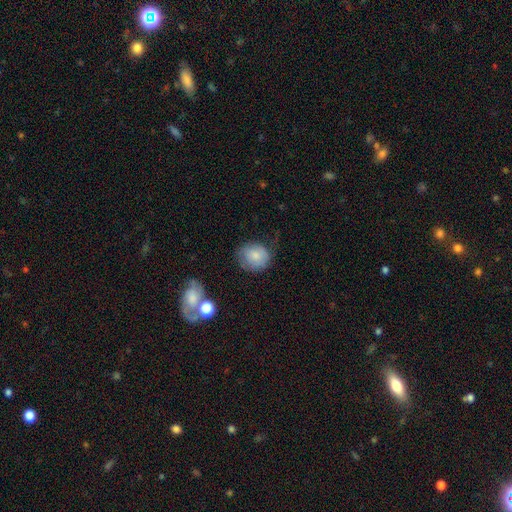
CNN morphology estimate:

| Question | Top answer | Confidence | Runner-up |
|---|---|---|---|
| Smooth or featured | smooth | 80% | featured or disk (12%) |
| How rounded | round | 70% | in between (29%) |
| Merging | none | 67% | minor disturbance (24%) |